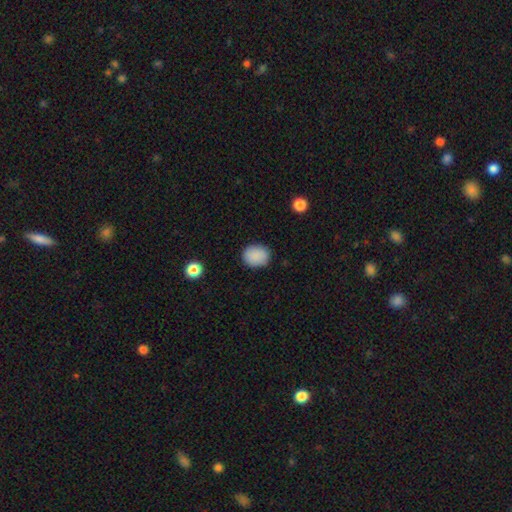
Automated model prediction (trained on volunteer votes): smooth 88%, star or artifact 8%, featured or disk 4%. Down the decision tree: how rounded — round (56%); merging — none (87%).